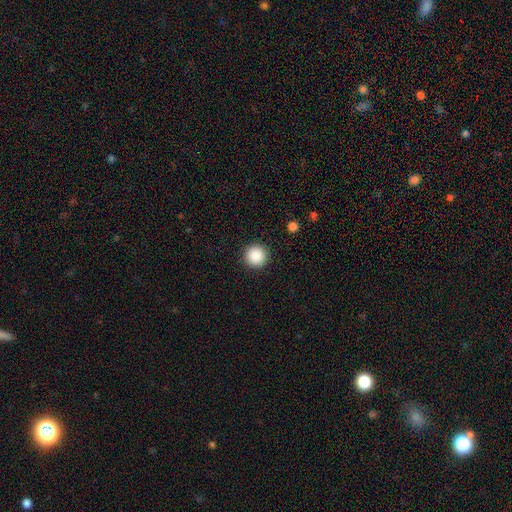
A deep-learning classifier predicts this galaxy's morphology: This is clearly a smooth galaxy (88%). How rounded: clearly round (96%). Merging: clearly none (92%).